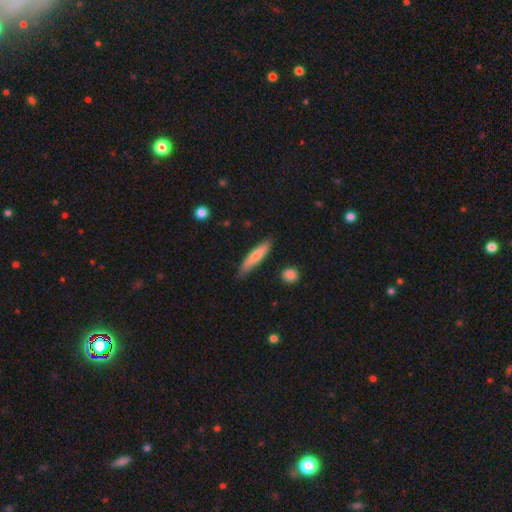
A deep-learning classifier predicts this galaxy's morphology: This is likely a smooth galaxy (73%). How rounded: clearly cigar-shaped (84%). Merging: clearly none (81%).